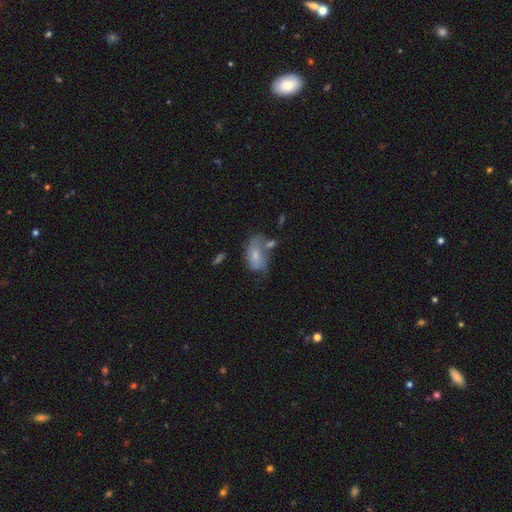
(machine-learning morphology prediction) Overall: smooth (60%; featured or disk 31%). How rounded: in between (89%). Merging: none (31%; minor disturbance 28%).